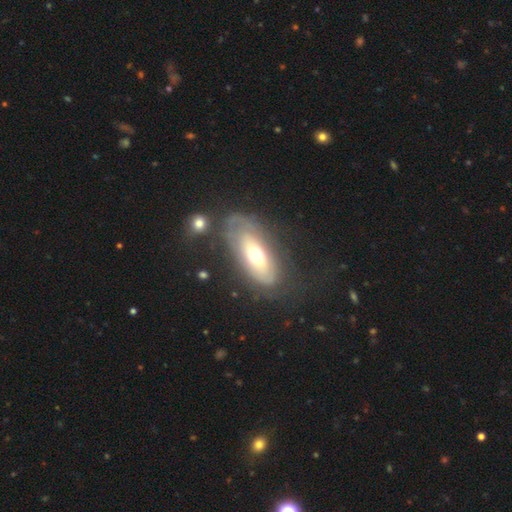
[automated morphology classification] Overall: featured or disk (56%; smooth 38%). Edge-on disk: no (81%). Merging: none (62%).